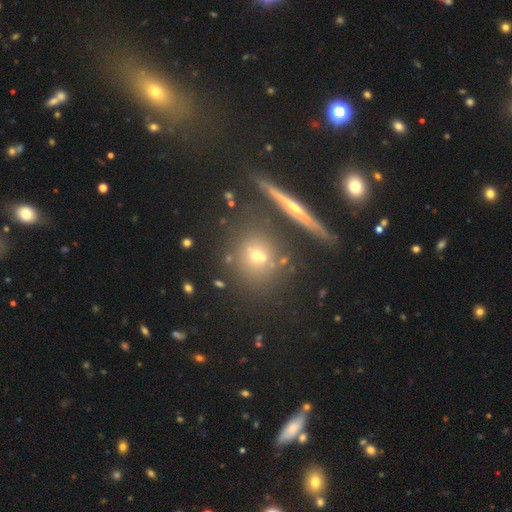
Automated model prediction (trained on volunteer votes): This is possibly a smooth galaxy (54%). How rounded: likely round (80%). Merging: likely none (66%).